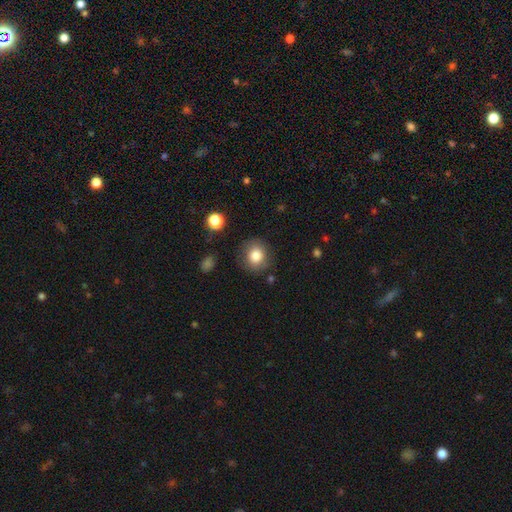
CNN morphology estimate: Smooth or featured? smooth (82%)
How rounded? round (83%)
Merging? none (82%)